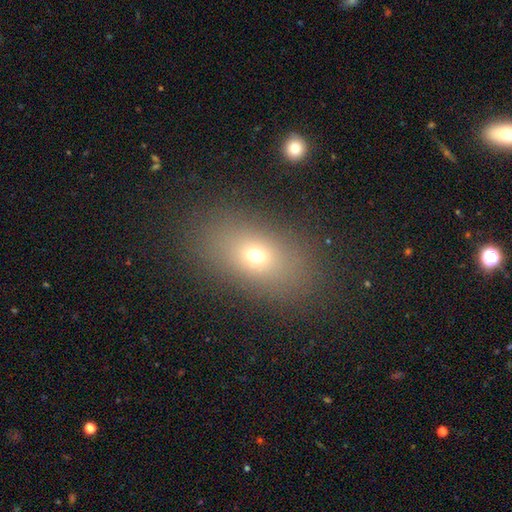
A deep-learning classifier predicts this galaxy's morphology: type=smooth (66%); roundness=in between (79%); merging=none (83%).